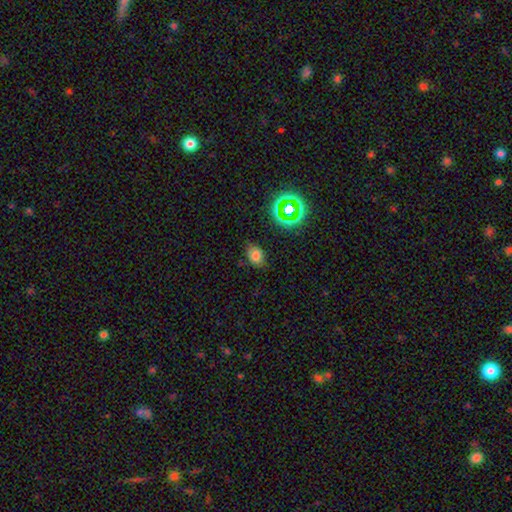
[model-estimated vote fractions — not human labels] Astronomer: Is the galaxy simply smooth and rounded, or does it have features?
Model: smooth — 73%.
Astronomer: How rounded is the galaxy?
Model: in between — 75%.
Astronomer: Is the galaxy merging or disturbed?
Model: none — 78%.